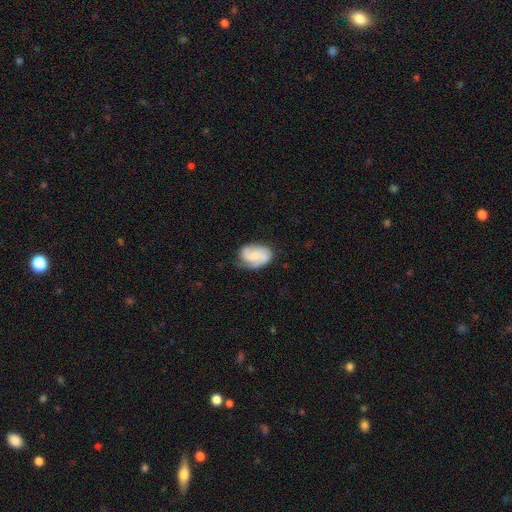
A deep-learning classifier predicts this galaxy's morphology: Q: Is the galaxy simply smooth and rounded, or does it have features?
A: featured or disk — 60%.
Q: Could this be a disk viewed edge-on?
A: no — 97%.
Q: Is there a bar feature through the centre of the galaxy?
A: no — 63%.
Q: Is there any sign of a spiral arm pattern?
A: yes — 91%.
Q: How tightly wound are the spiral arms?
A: medium — 45%.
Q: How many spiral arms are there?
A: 2 — 62%.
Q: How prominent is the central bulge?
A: small — 46%.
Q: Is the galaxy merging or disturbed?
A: none — 64%.